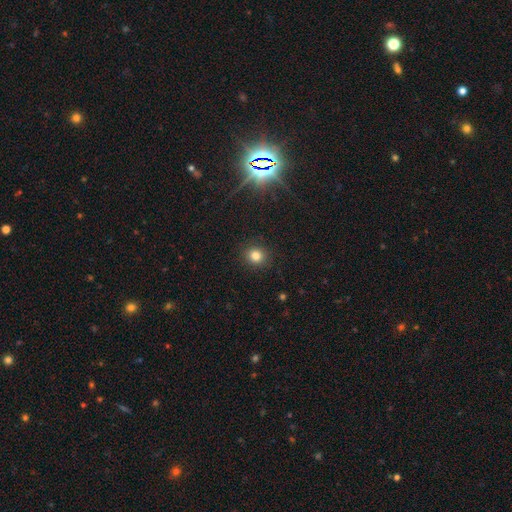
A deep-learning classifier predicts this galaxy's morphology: Q: Smooth or featured?
A: smooth (81%); runner-up: star or artifact (14%)
Q: How rounded?
A: round (87%); runner-up: in between (12%)
Q: Merging?
A: none (90%); runner-up: minor disturbance (6%)